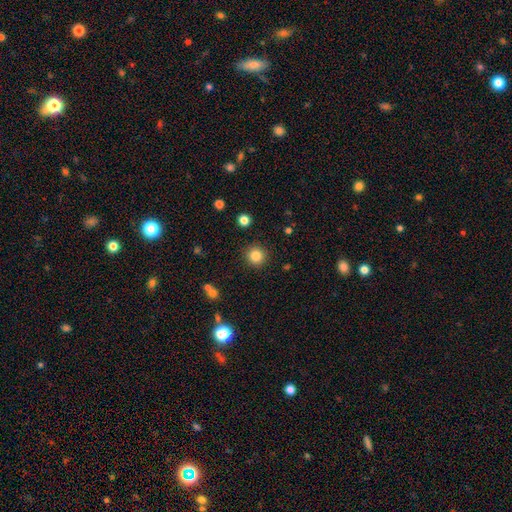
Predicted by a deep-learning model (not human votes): Overall: smooth (84%). How rounded: round (95%). Merging: none (91%).